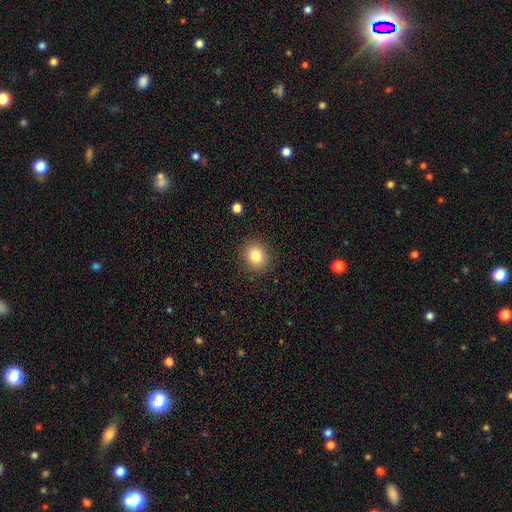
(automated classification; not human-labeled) Smooth or featured: smooth — 82% (star or artifact — 11%)
How rounded: round — 75% (in between — 24%)
Merging: none — 89% (minor disturbance — 7%)